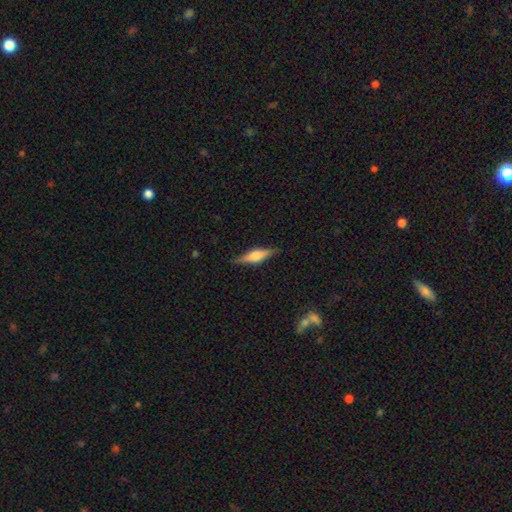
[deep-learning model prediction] smooth_or_featured: featured or disk (p=0.58) [alt: smooth p=0.36]
disk_edge_on: yes (p=0.96) [alt: no p=0.04]
edge_on_bulge: rounded (p=0.73) [alt: boxy p=0.22]
merging: none (p=0.87) [alt: minor disturbance p=0.10]